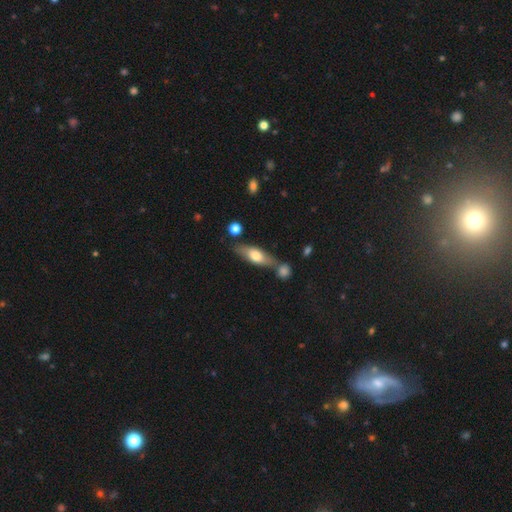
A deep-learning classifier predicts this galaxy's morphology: A smooth galaxy with no disk features (58%) that is in between round and cigar-shaped (57%).

Vote fractions:
- Smooth or featured? smooth: 58% / featured or disk: 36% / star or artifact: 6%
- How rounded? in between: 57% / cigar-shaped: 40% / round: 3%
- Merging? none: 64% / merger: 18% / minor disturbance: 14% / major disturbance: 4%